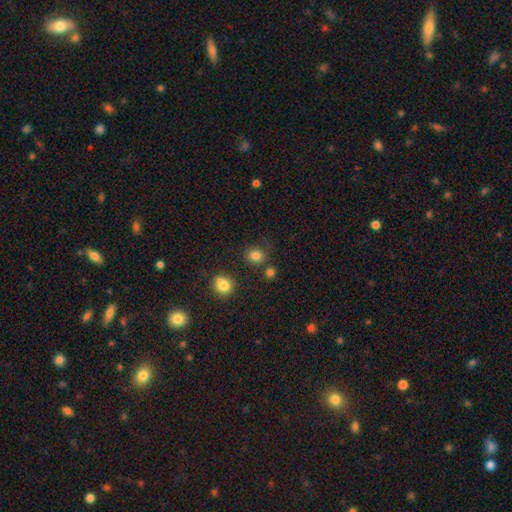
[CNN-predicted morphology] type=smooth (81%); roundness=round (82%); merging=none (75%).